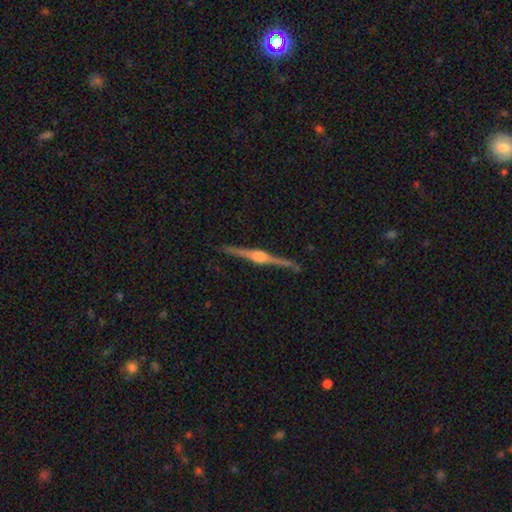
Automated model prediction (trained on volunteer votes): featured or disk 89%, smooth 6%, star or artifact 5%. Down the decision tree: edge-on disk — yes (99%); edge-on bulge — rounded (88%); merging — none (91%).